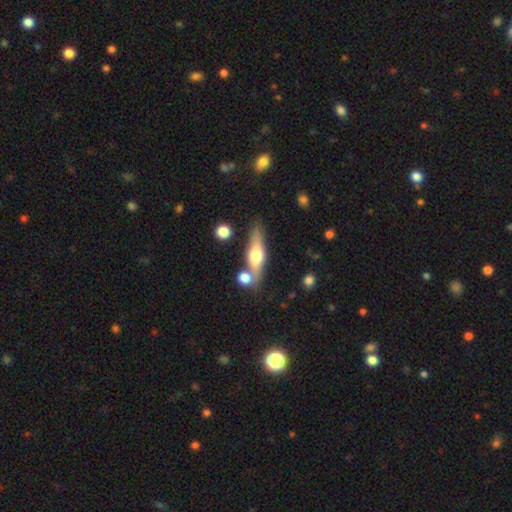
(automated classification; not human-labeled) Q: Smooth or featured?
A: featured or disk (50%); runner-up: smooth (44%)
Q: Merging?
A: none (66%); runner-up: merger (17%)